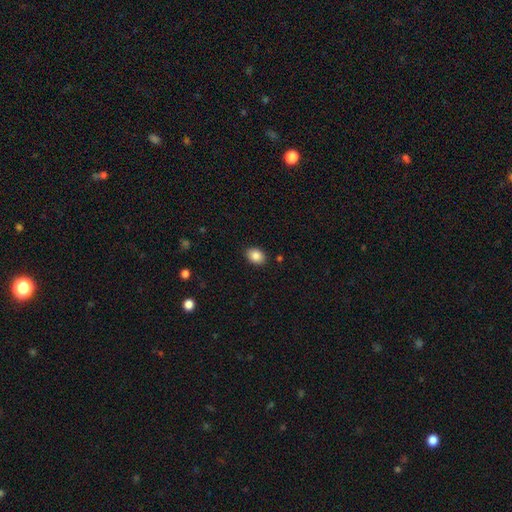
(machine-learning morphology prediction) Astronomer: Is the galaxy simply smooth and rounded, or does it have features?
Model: smooth — 87%.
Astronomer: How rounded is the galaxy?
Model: in between — 71%.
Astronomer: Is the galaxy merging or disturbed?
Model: none — 88%.